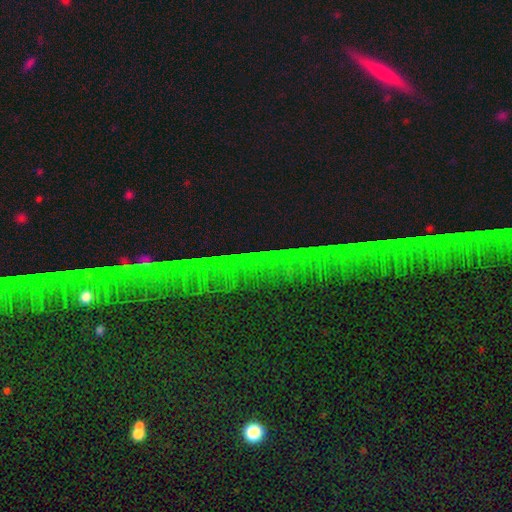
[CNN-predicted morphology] Smooth or featured? star or artifact (78%)